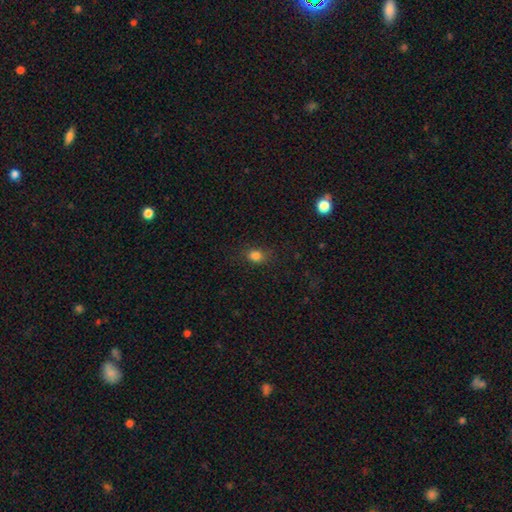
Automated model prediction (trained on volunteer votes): Smooth or featured? smooth (80%)
How rounded? in between (54%)
Merging? none (75%)